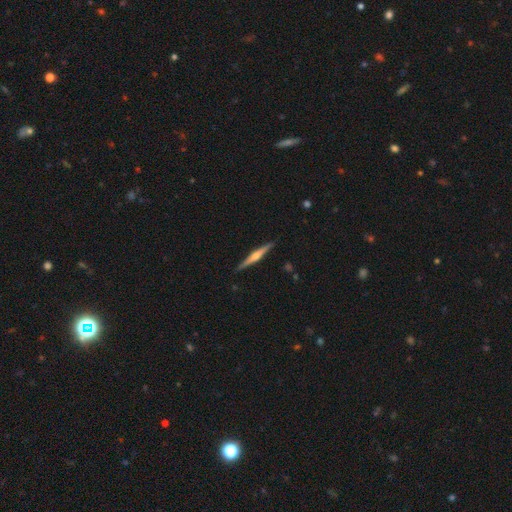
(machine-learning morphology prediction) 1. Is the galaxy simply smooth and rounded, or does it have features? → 72% featured or disk, 23% smooth, 5% star or artifact.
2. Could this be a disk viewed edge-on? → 98% yes, 2% no.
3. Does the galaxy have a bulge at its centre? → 85% rounded, 8% boxy, 8% none.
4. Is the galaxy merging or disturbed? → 91% none, 7% minor disturbance, 1% major disturbance, 1% merger.